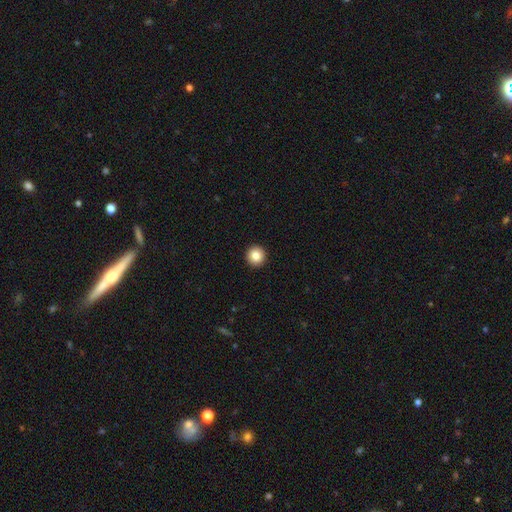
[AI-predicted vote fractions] smooth_or_featured: smooth (p=0.85) [alt: star or artifact p=0.09]
how_rounded: round (p=0.95) [alt: in between p=0.04]
merging: none (p=0.94) [alt: minor disturbance p=0.04]